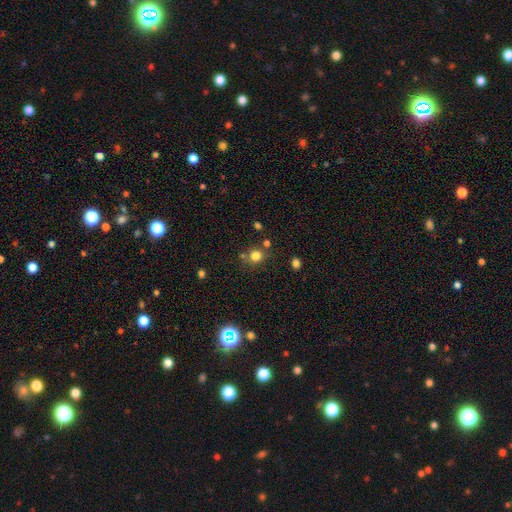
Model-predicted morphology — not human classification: type=smooth (78%); roundness=round (84%); merging=none (73%).